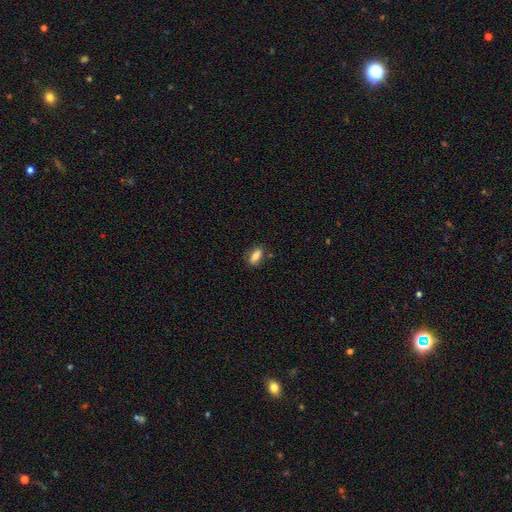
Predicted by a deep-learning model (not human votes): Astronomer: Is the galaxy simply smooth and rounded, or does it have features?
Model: smooth — 80%.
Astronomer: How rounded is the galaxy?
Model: in between — 78%.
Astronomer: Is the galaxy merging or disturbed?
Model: none — 77%.